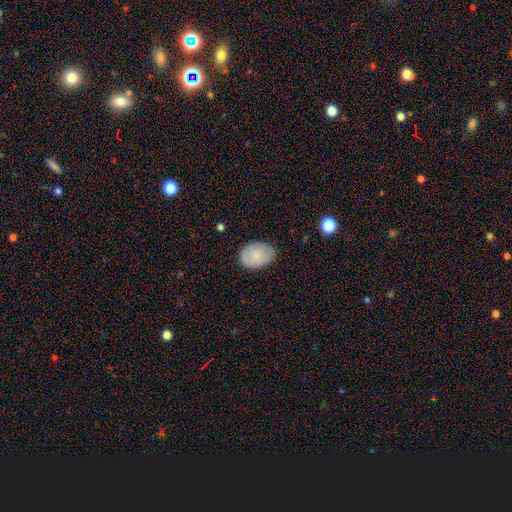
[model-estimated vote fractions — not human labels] smooth_or_featured: smooth (p=0.80) [alt: featured or disk p=0.13]
how_rounded: in between (p=0.79) [alt: round p=0.20]
merging: none (p=0.78) [alt: minor disturbance p=0.17]